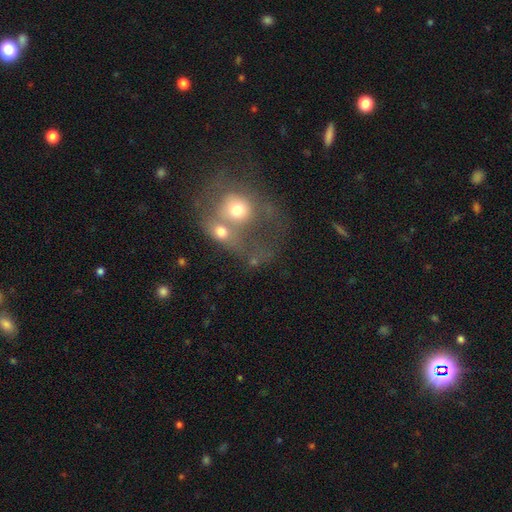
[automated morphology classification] smooth_or_featured: smooth (p=0.49) [alt: featured or disk p=0.36]
merging: merger (p=0.66) [alt: major disturbance p=0.14]